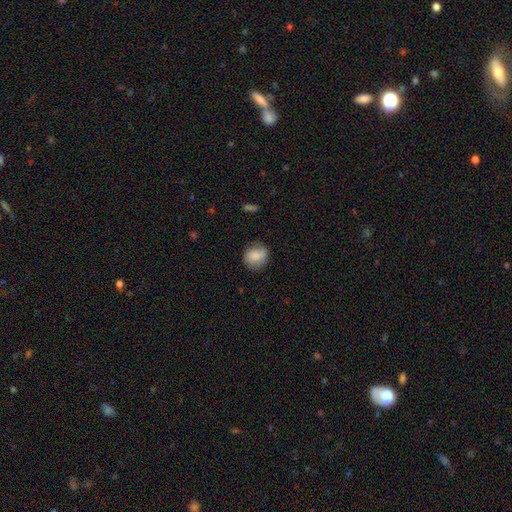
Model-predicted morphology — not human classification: A smooth galaxy with no disk features (76%) that is round (82%).

Vote fractions:
- Smooth or featured? smooth: 76% / featured or disk: 16% / star or artifact: 8%
- How rounded? round: 82% / in between: 17% / cigar-shaped: 1%
- Merging? none: 70% / minor disturbance: 21% / major disturbance: 7% / merger: 1%